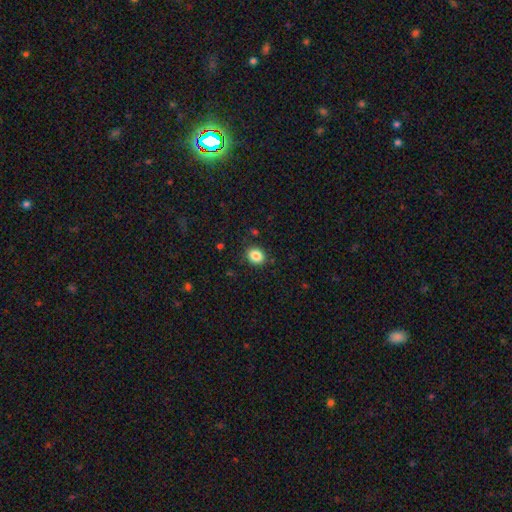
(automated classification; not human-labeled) Smooth or featured? Predicted: smooth (p=0.85). How rounded? Predicted: round (p=0.59). Merging? Predicted: none (p=0.88).